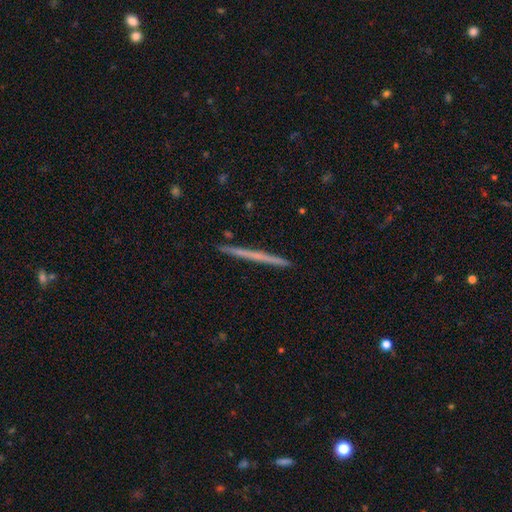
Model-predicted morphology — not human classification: Smooth or featured: featured or disk — 51% (smooth — 43%)
Edge-on disk: yes — 98% (no — 2%)
Edge-on bulge: none — 90% (rounded — 7%)
Merging: none — 92% (minor disturbance — 6%)